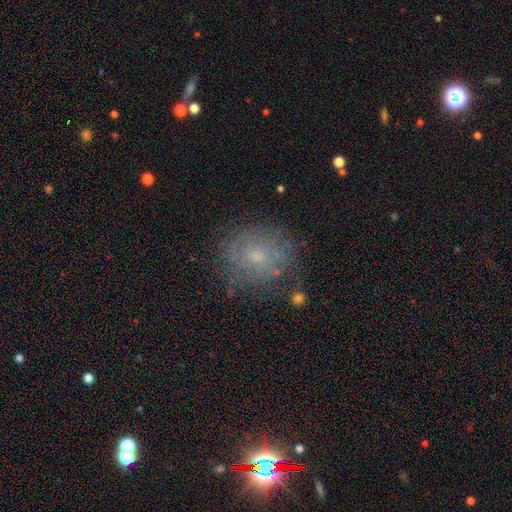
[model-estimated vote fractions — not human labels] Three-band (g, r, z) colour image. It shows a smooth galaxy with no disk features (44%). Merging: none (78%).